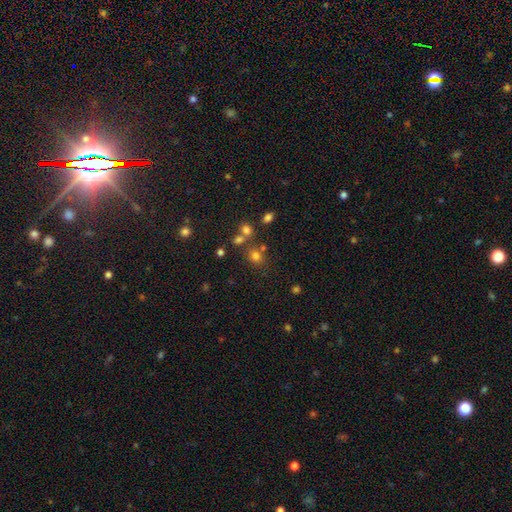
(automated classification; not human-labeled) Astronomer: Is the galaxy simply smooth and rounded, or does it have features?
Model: smooth — 70%.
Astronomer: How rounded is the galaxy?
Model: round — 74%.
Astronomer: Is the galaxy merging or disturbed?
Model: none — 66%.